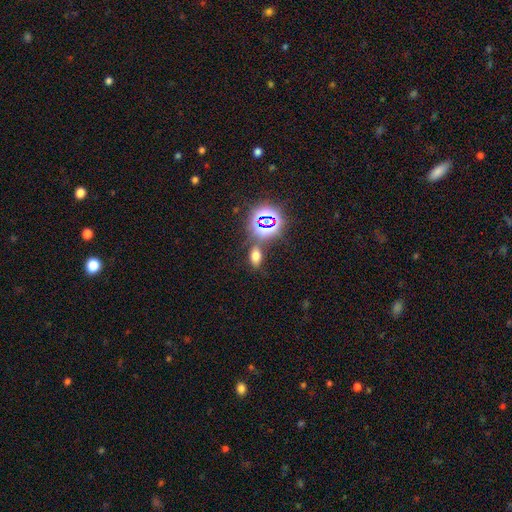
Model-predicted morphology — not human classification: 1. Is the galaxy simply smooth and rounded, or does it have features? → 59% smooth, 32% star or artifact, 9% featured or disk.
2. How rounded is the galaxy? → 85% in between, 11% round, 4% cigar-shaped.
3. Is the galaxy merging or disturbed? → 74% none, 11% minor disturbance, 10% merger, 5% major disturbance.